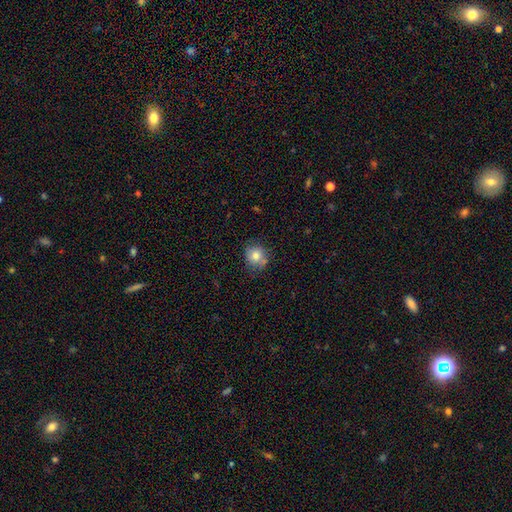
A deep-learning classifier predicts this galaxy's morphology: This is likely a smooth galaxy (78%). How rounded: clearly round (83%). Merging: likely none (71%).